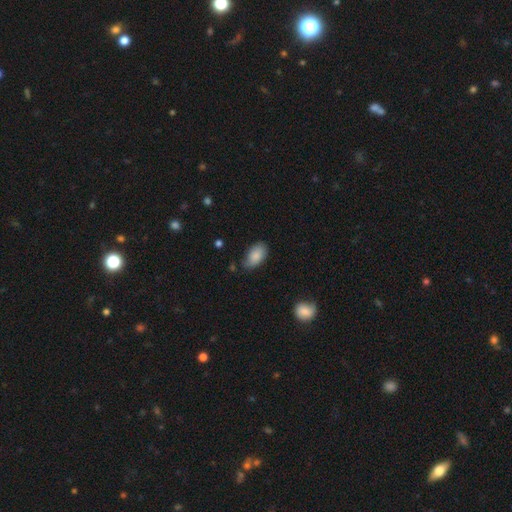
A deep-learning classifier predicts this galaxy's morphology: Smooth or featured? smooth (81%)
How rounded? in between (94%)
Merging? none (64%)